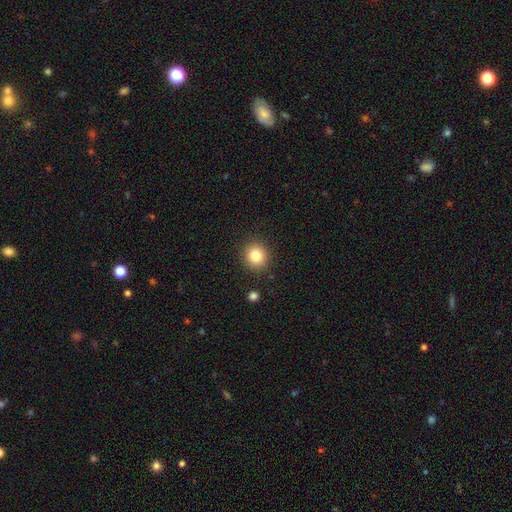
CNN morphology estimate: This appears to be a smooth galaxy with no disk features (82%) that is round (89%). Merging: none (89%).